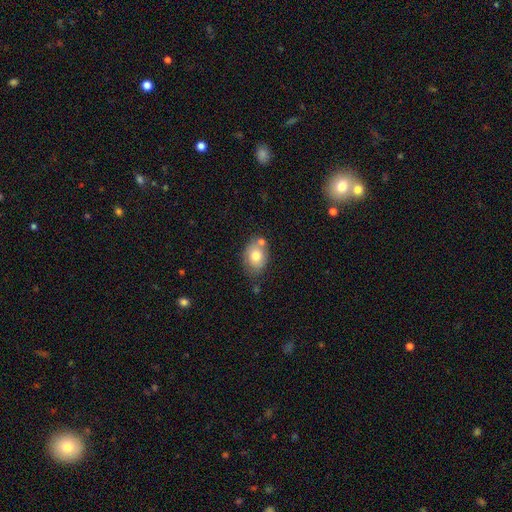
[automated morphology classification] smooth 73%, featured or disk 18%, star or artifact 8%. Down the decision tree: how rounded — in between (71%); merging — none (60%).